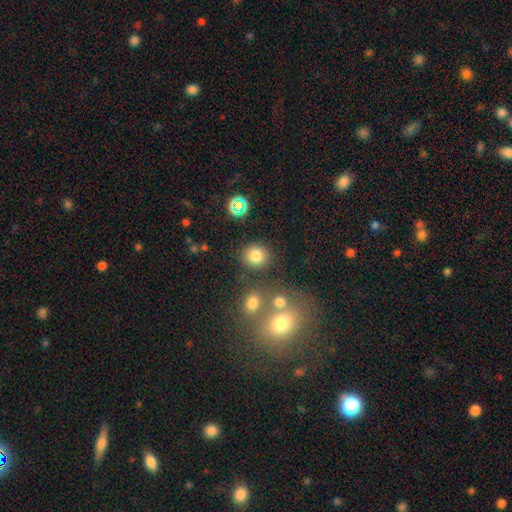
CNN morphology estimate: smooth 78%, star or artifact 15%, featured or disk 7%. Down the decision tree: how rounded — round (89%); merging — none (81%).